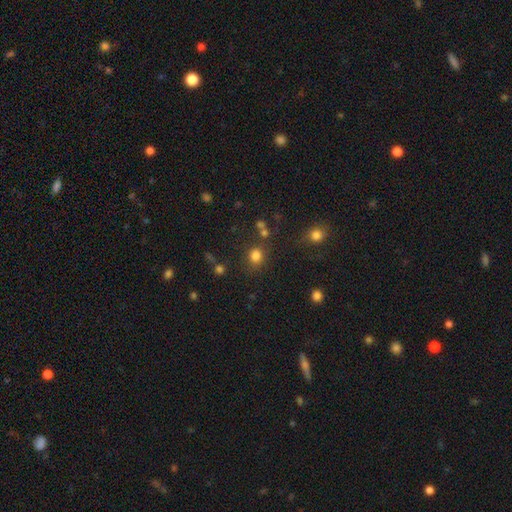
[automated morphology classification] Smooth or featured?
  - smooth: 79% *
  - star or artifact: 16%
  - featured or disk: 5%
How rounded?
  - round: 80% *
  - in between: 19%
  - cigar-shaped: 1%
Merging?
  - none: 78% *
  - minor disturbance: 10%
  - merger: 7%
  - major disturbance: 4%